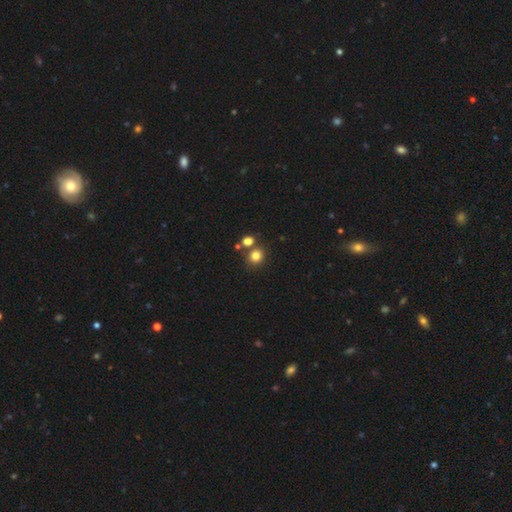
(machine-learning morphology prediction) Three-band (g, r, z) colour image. It shows a smooth galaxy with no disk features (80%) that is round (77%). Merging: none (68%).